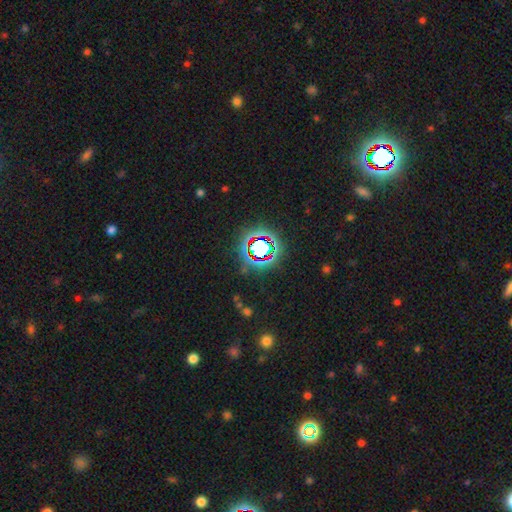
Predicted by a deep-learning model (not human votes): smooth_or_featured: star or artifact (p=0.79) [alt: smooth p=0.13]